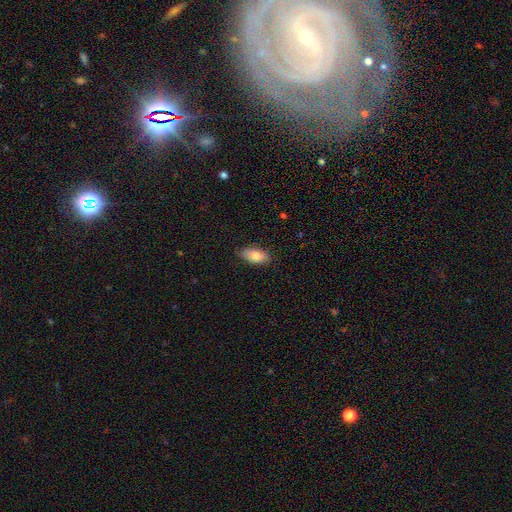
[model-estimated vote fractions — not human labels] smooth-or-featured: smooth: 83% | featured or disk: 10% | star or artifact: 7%
  how-rounded: in between: 90% | cigar-shaped: 7% | round: 3%
  merging: none: 83% | minor disturbance: 13% | major disturbance: 2% | merger: 1%